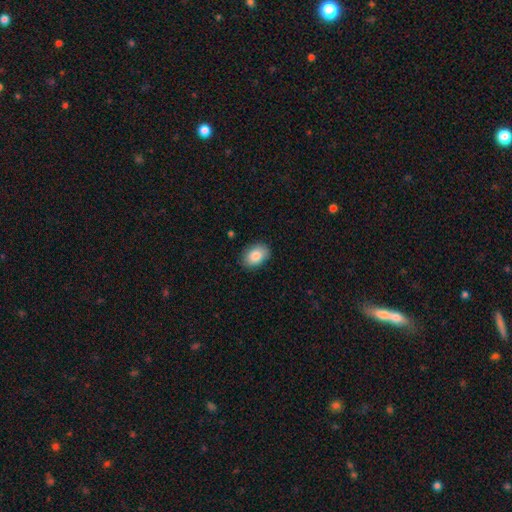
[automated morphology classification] A smooth galaxy with no disk features (85%) that is in between round and cigar-shaped (80%).

Vote fractions:
- Smooth or featured? smooth: 85% / featured or disk: 8% / star or artifact: 7%
- How rounded? in between: 80% / round: 19% / cigar-shaped: 1%
- Merging? none: 85% / minor disturbance: 12% / major disturbance: 2% / merger: 1%